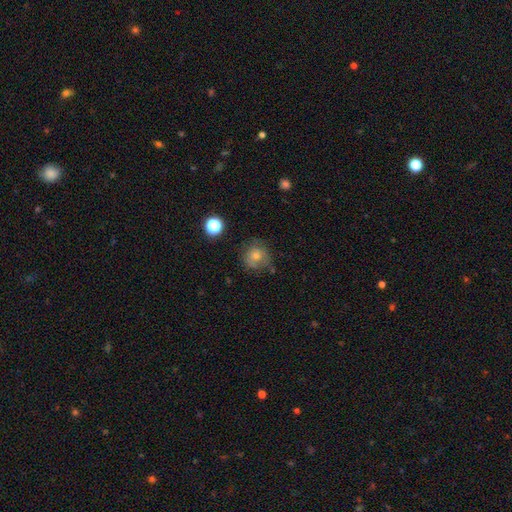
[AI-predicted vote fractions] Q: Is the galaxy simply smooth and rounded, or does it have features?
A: smooth — 56%.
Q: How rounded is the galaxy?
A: round — 86%.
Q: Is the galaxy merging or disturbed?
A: none — 69%.